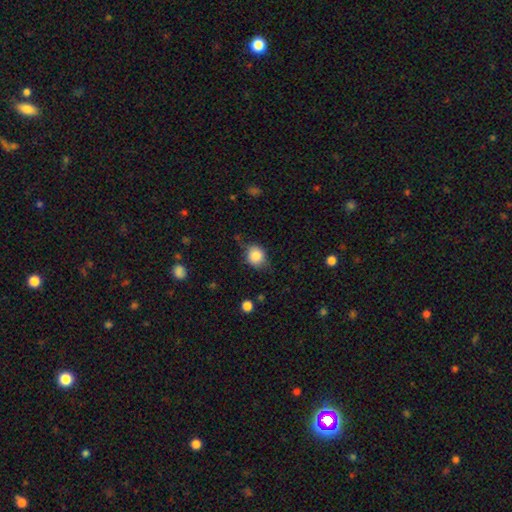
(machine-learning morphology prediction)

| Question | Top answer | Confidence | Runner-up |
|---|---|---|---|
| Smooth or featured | smooth | 84% | star or artifact (9%) |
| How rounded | round | 72% | in between (27%) |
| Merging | none | 66% | minor disturbance (25%) |